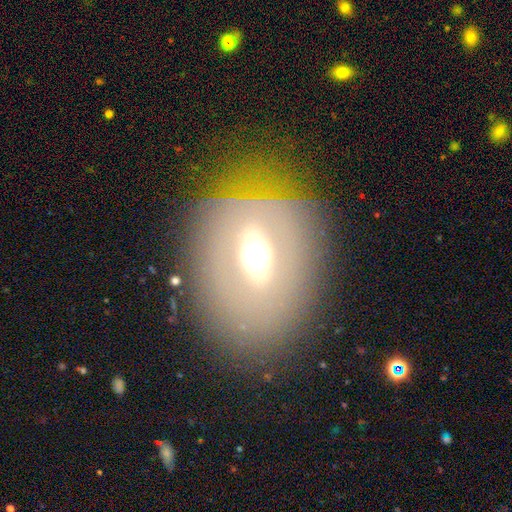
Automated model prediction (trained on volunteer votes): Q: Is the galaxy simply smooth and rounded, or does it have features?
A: featured or disk — 45%.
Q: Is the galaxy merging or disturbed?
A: none — 78%.